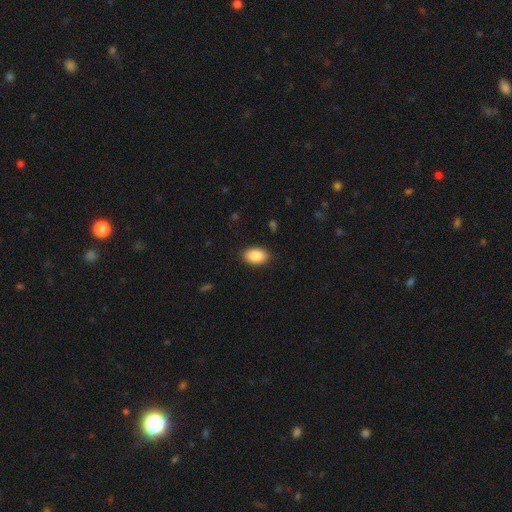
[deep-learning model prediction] Smooth or featured? smooth (89%)
How rounded? in between (91%)
Merging? none (89%)